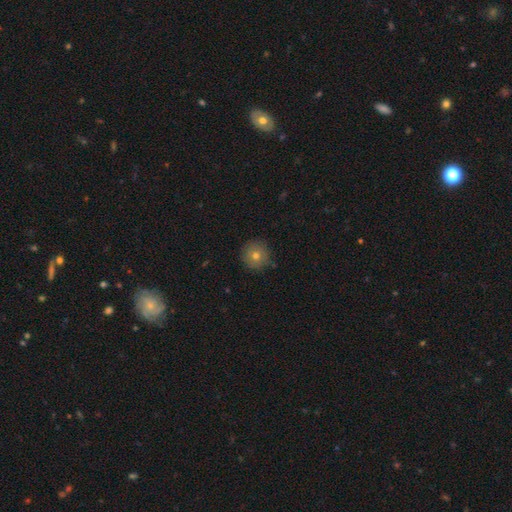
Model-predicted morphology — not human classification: A smooth galaxy with no disk features (72%) that is round (95%).

Vote fractions:
- Smooth or featured? smooth: 72% / featured or disk: 15% / star or artifact: 13%
- How rounded? round: 95% / in between: 4% / cigar-shaped: 1%
- Merging? none: 87% / minor disturbance: 10% / major disturbance: 2% / merger: 1%